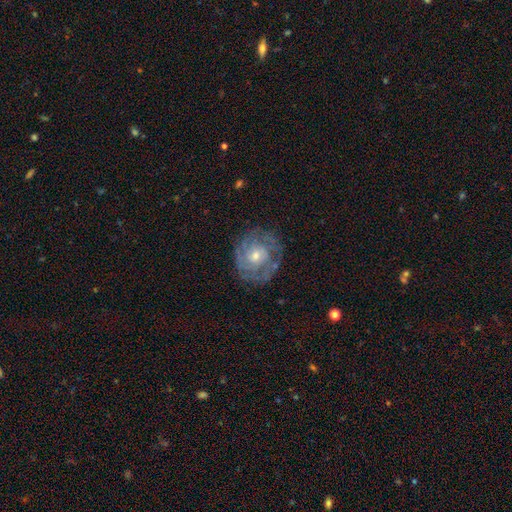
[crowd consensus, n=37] Morphology: type=featured or disk (97%); edge-on=no (97%); bar=no (63%); spiral arms=yes (94%); winding=tight (85%); arm count=can't tell (45%); bulge=moderate (54%); merging=none (84%).